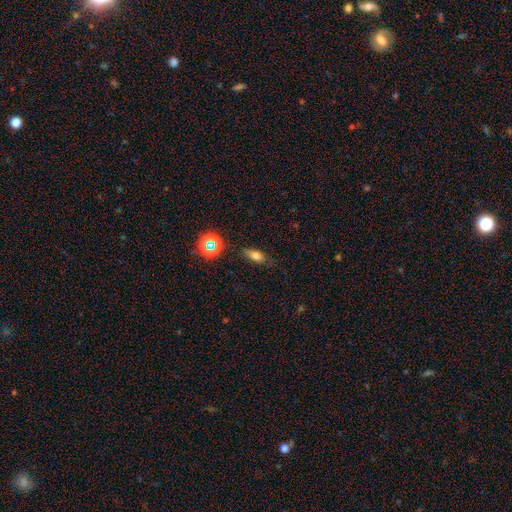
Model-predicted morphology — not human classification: This is likely a smooth galaxy (70%). How rounded: likely in between (73%). Merging: likely none (79%).